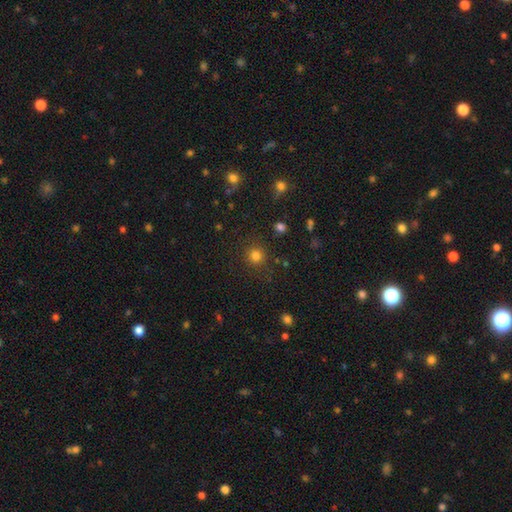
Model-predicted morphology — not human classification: type=smooth (80%); roundness=round (91%); merging=none (86%).